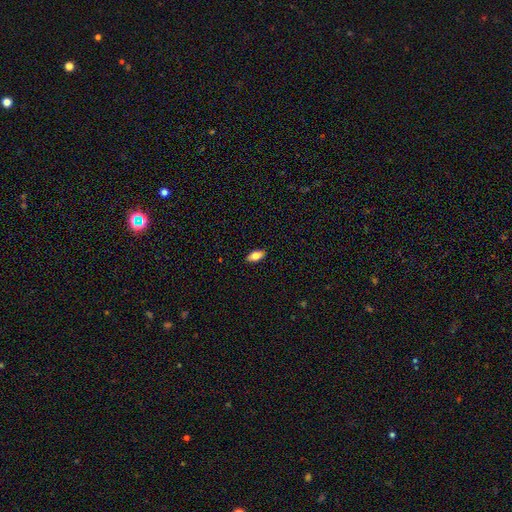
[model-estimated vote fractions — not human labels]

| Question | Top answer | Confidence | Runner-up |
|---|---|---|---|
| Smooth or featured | smooth | 78% | featured or disk (15%) |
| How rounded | in between | 90% | cigar-shaped (7%) |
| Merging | none | 89% | minor disturbance (8%) |